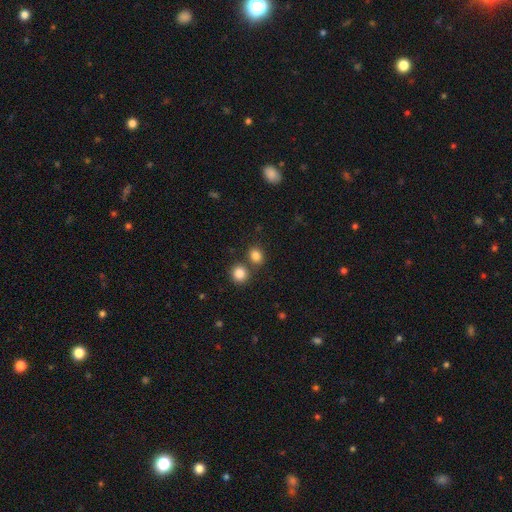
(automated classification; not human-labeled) A smooth galaxy with no disk features (83%) that is round (69%). Merging: none (67%).